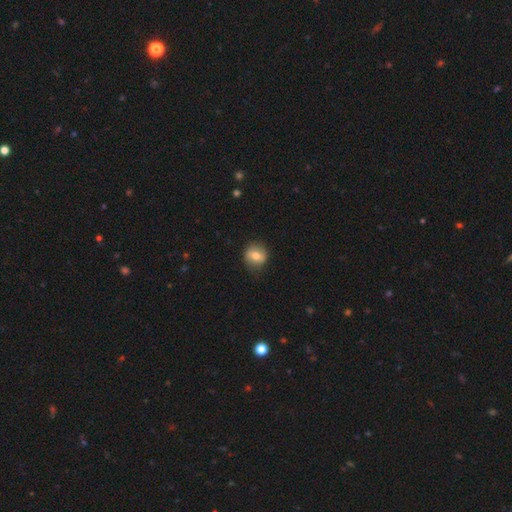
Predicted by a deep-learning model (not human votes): Smooth or featured? smooth (66%)
How rounded? round (80%)
Merging? none (81%)